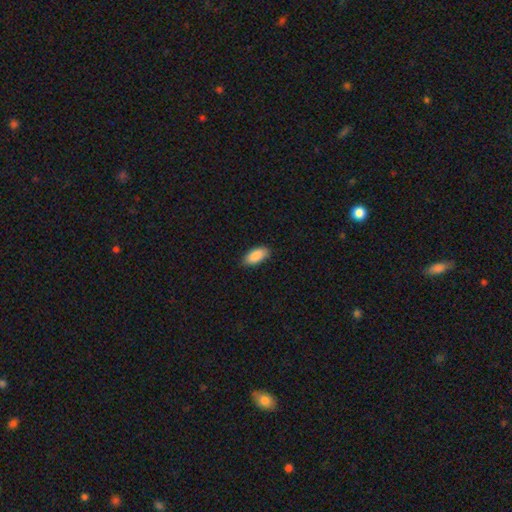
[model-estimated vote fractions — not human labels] Morphology: type=smooth (88%); roundness=in between (91%); merging=none (85%).